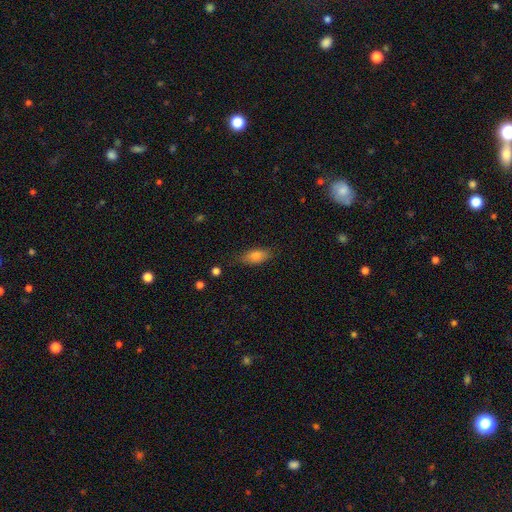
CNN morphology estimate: smooth_or_featured: smooth (p=0.78) [alt: featured or disk p=0.14]
how_rounded: in between (p=0.82) [alt: cigar-shaped p=0.14]
merging: none (p=0.77) [alt: minor disturbance p=0.18]